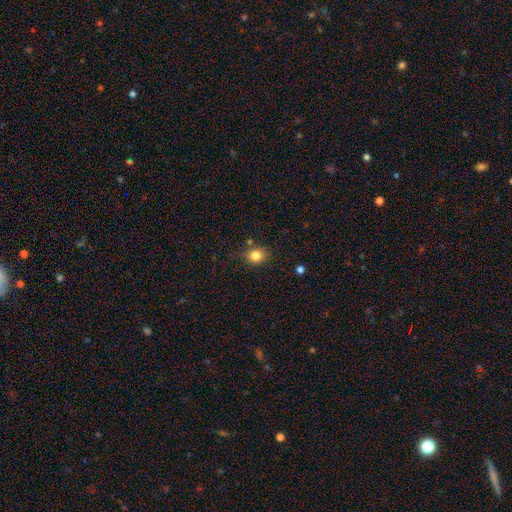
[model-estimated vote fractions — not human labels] Smooth or featured?
  - smooth: 83% *
  - star or artifact: 11%
  - featured or disk: 6%
How rounded?
  - round: 71% *
  - in between: 28%
  - cigar-shaped: 1%
Merging?
  - none: 81% *
  - minor disturbance: 12%
  - merger: 4%
  - major disturbance: 3%